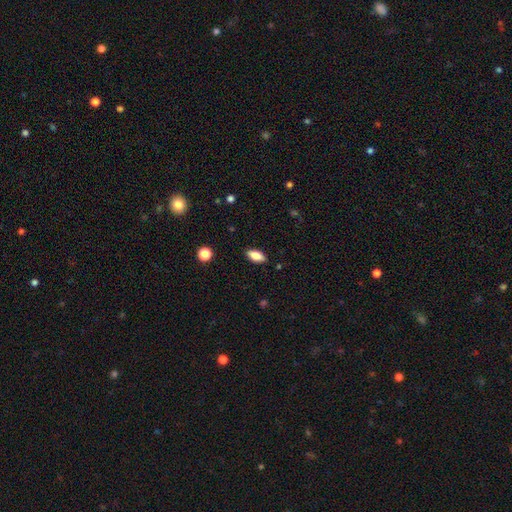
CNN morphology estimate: This is clearly a smooth galaxy (80%). How rounded: clearly in between (85%). Merging: clearly none (88%).